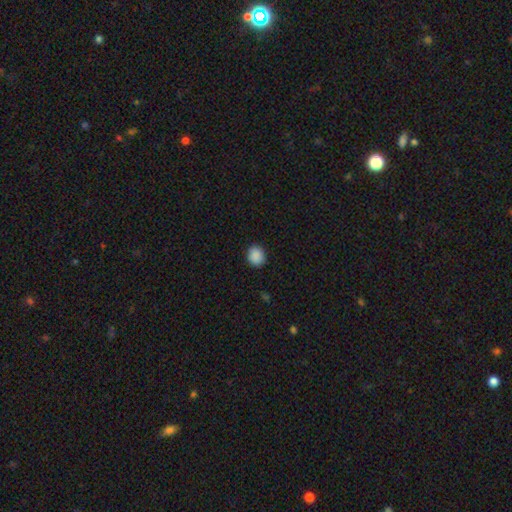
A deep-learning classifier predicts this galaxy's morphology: smooth 89%, star or artifact 8%, featured or disk 2%. Down the decision tree: how rounded — round (79%); merging — none (91%).